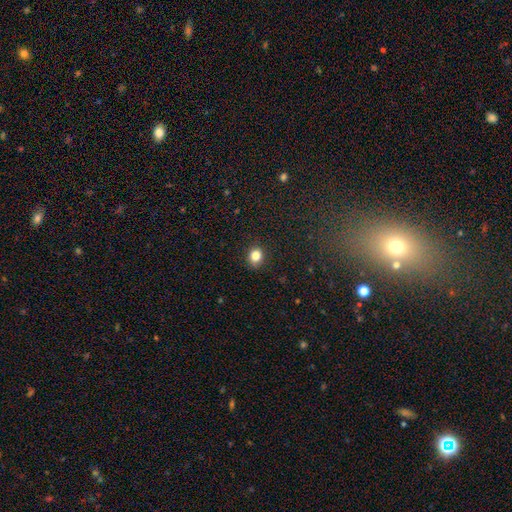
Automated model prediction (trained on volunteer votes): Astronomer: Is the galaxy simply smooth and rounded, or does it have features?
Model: smooth — 84%.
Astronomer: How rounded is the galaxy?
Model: round — 70%.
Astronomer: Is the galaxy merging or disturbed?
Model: none — 89%.